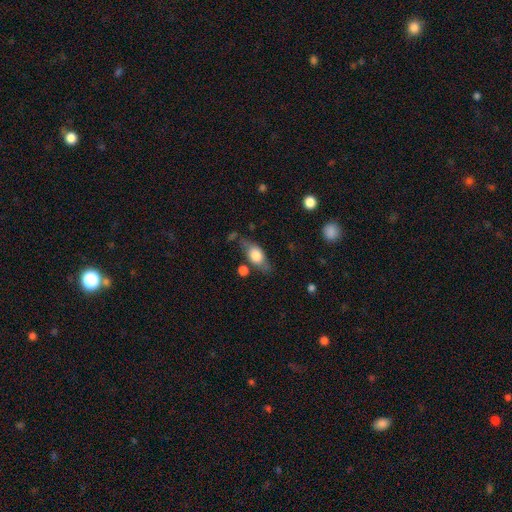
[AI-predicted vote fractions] Smooth or featured: smooth — 66% (featured or disk — 28%)
How rounded: in between — 79% (cigar-shaped — 12%)
Merging: none — 65% (minor disturbance — 21%)